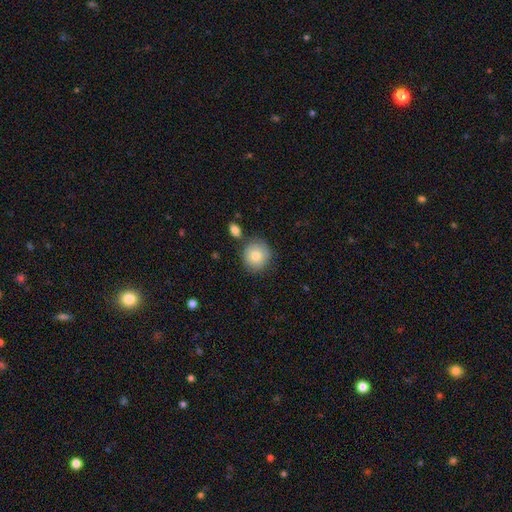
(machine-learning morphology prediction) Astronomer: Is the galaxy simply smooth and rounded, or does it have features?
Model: smooth — 79%.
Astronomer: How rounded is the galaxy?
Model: round — 90%.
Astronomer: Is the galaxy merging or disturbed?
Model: none — 77%.